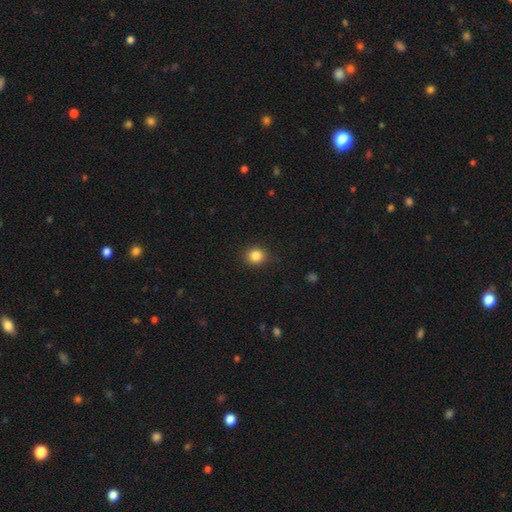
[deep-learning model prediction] Smooth or featured?
  - smooth: 85% *
  - star or artifact: 11%
  - featured or disk: 4%
How rounded?
  - round: 83% *
  - in between: 16%
  - cigar-shaped: 1%
Merging?
  - none: 87% *
  - minor disturbance: 9%
  - major disturbance: 2%
  - merger: 1%